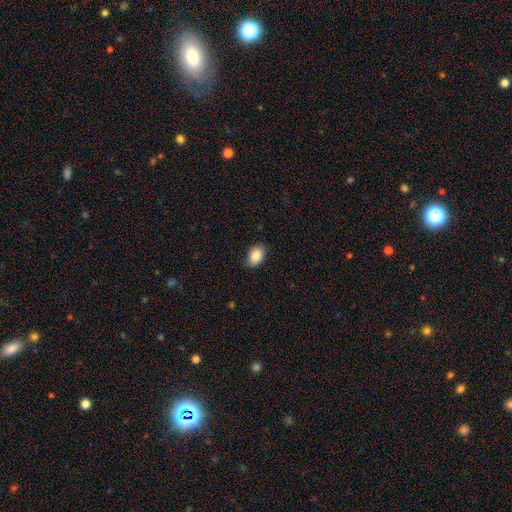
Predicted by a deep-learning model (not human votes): Overall: smooth (86%). How rounded: in between (84%). Merging: none (81%).